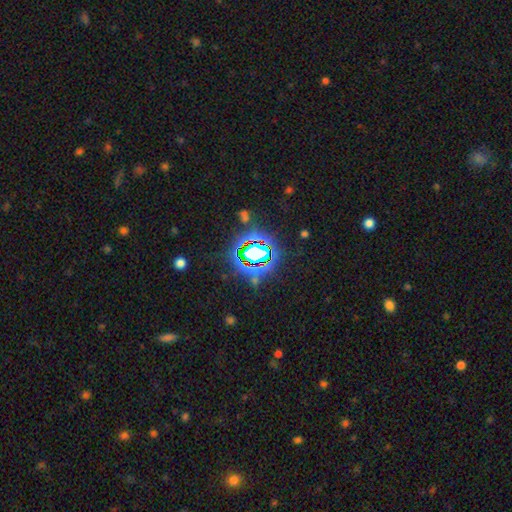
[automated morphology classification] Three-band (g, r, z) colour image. It shows a star or artifact, not a galaxy (71%).